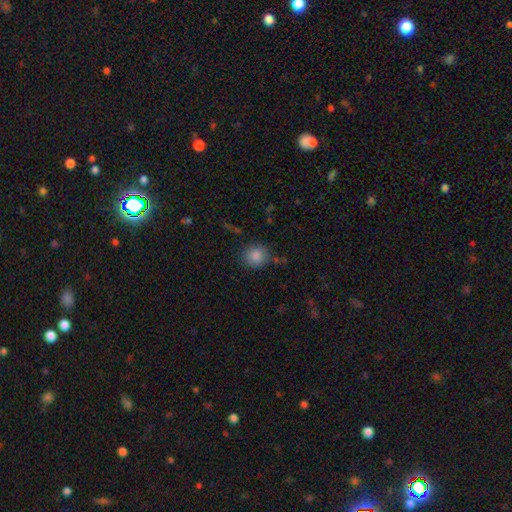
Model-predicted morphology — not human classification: This is clearly a smooth galaxy (86%). How rounded: clearly round (86%). Merging: clearly none (80%).